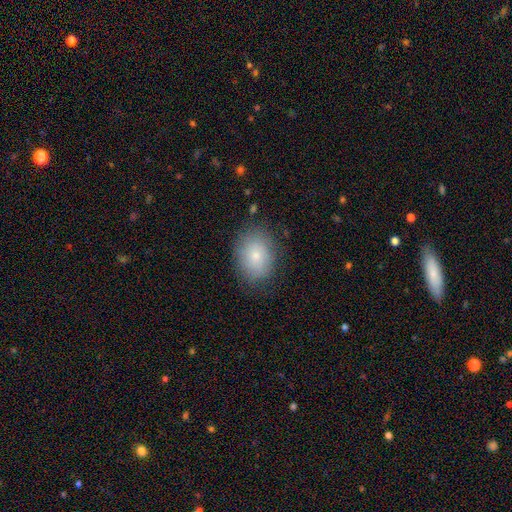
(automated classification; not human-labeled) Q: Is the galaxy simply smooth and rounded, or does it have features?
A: smooth — 79%.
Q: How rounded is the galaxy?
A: in between — 66%.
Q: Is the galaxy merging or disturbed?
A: none — 79%.